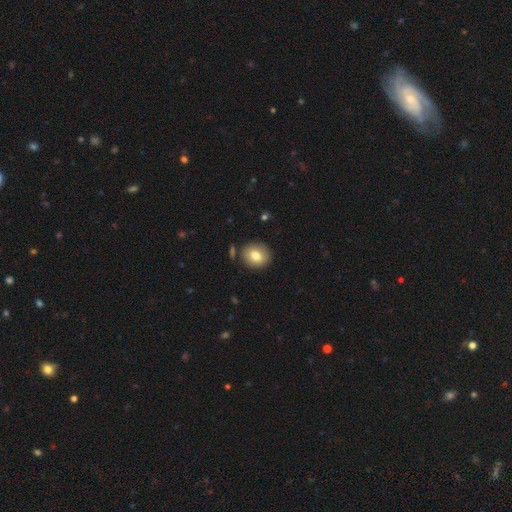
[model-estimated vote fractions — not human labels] This appears to be a smooth galaxy with no disk features (78%) that is round (70%). Merging: none (84%).